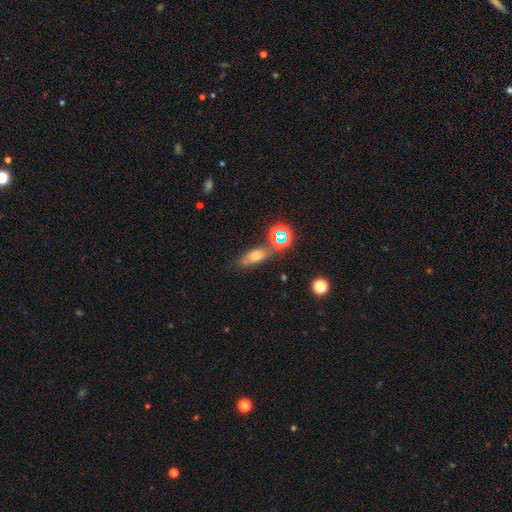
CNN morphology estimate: Smooth or featured: smooth — 57% (star or artifact — 25%)
How rounded: in between — 63% (cigar-shaped — 19%)
Merging: none — 65% (minor disturbance — 17%)